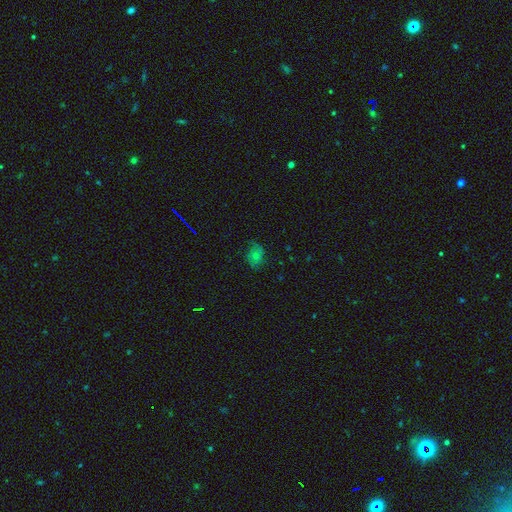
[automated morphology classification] Smooth or featured? Predicted: featured or disk (p=0.39). Merging? Predicted: none (p=0.71).